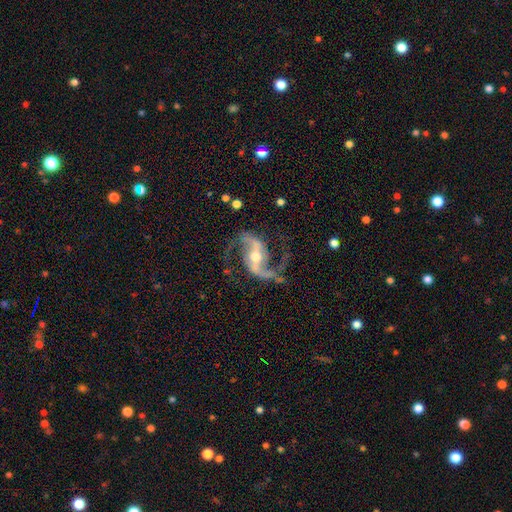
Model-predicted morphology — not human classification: This is clearly a featured or disk galaxy (93%). It is clearly not viewed edge-on (97%). Bar: marginally strong (44%). Spiral arm pattern: clearly yes (98%). Spiral arm count: clearly 2 (94%). Spiral winding: possibly loose (54%). Central bulge: likely moderate (61%). Merging: likely none (75%).